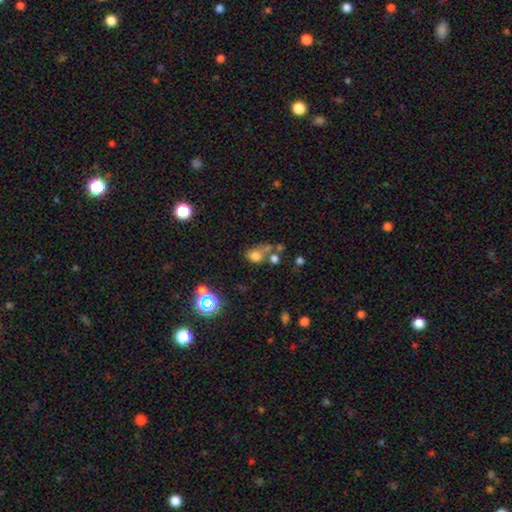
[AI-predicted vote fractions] A smooth galaxy with no disk features (68%) that is round (52%). Merging: merger (36%).